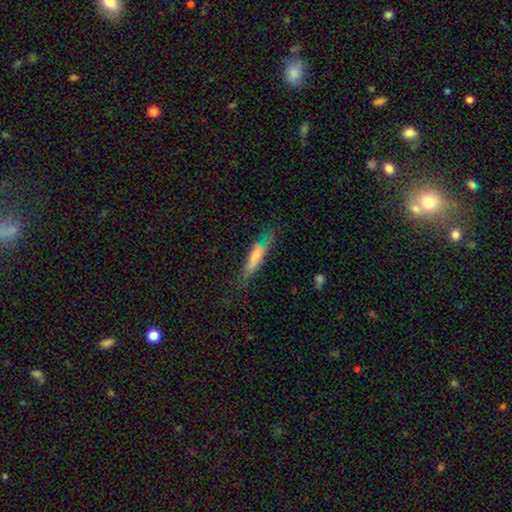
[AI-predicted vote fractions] This appears to be a smooth galaxy with no disk features (54%) that is cigar-shaped (82%). Merging: none (57%).